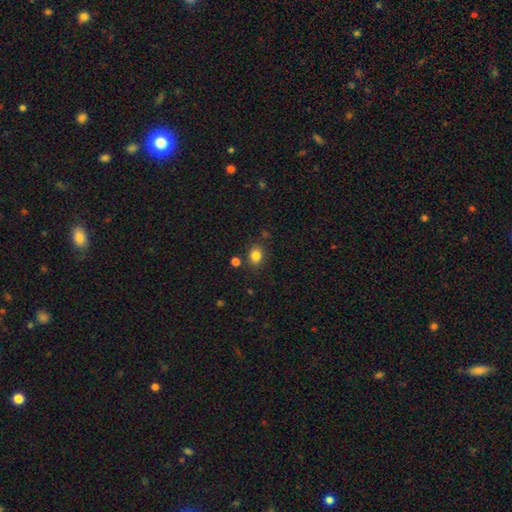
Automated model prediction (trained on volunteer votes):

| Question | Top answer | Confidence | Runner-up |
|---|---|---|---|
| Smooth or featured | smooth | 83% | star or artifact (11%) |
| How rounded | round | 51% | in between (48%) |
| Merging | none | 80% | minor disturbance (11%) |